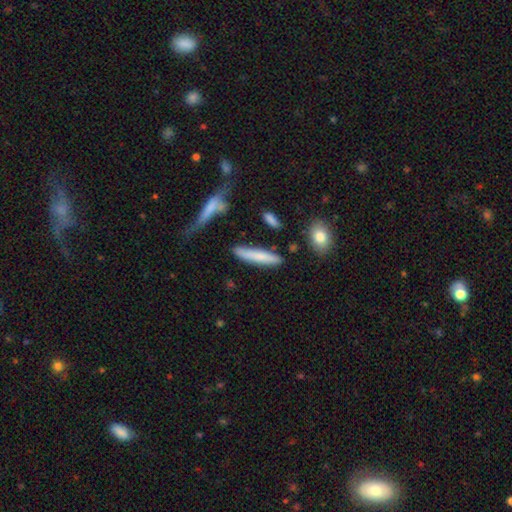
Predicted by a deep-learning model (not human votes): Smooth or featured: smooth — 70% (featured or disk — 23%)
How rounded: cigar-shaped — 88% (in between — 11%)
Merging: none — 78% (minor disturbance — 13%)